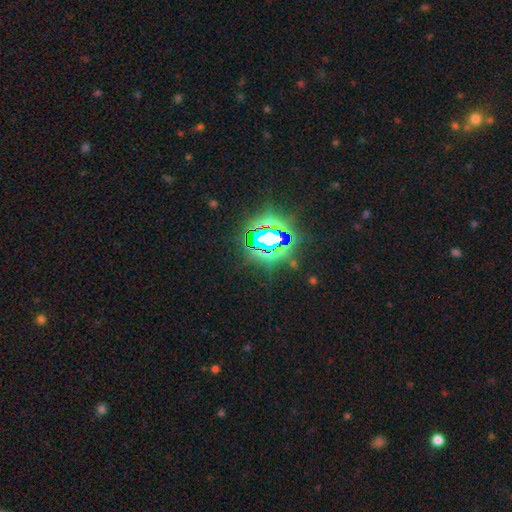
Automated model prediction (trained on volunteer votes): This appears to be a star or artifact, not a galaxy (85%).